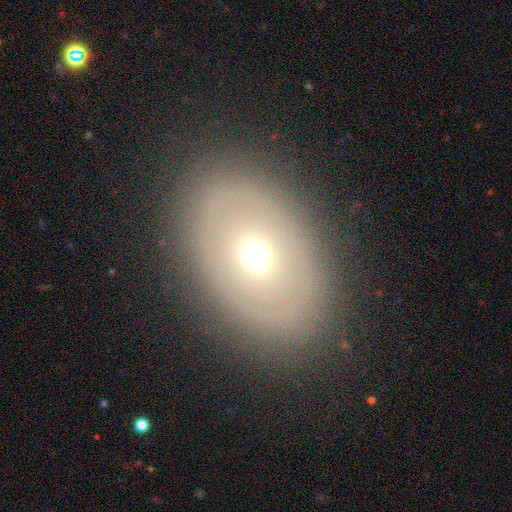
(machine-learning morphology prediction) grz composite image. It shows a smooth galaxy with no disk features (47%). Merging: none (85%).